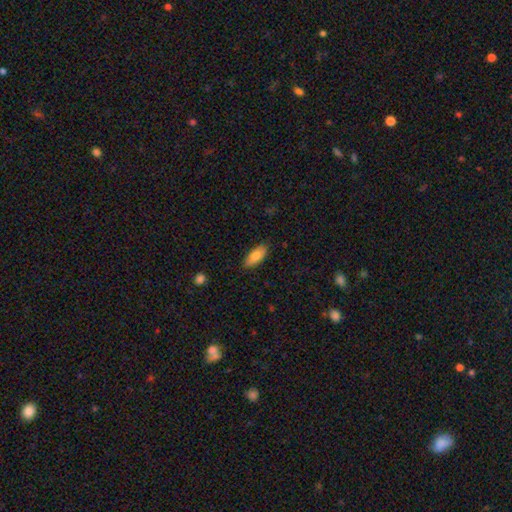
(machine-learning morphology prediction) Overall: smooth (83%). How rounded: in between (82%). Merging: none (86%).